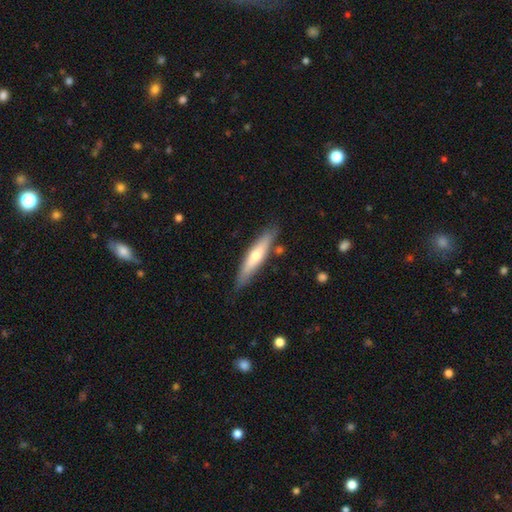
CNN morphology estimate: Smooth or featured? Predicted: smooth (p=0.51). How rounded? Predicted: cigar-shaped (p=0.86). Merging? Predicted: none (p=0.83).